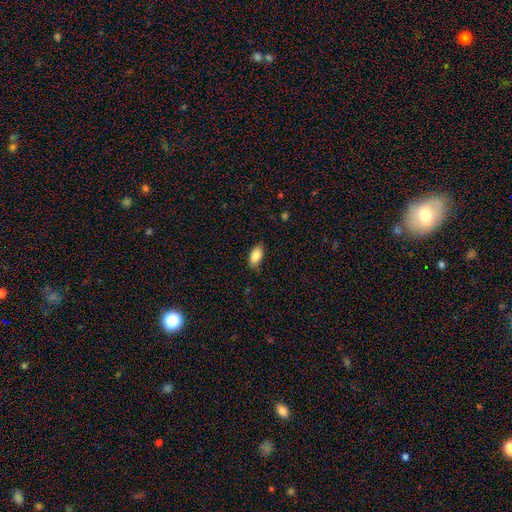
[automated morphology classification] smooth-or-featured: smooth: 86% | star or artifact: 7% | featured or disk: 7%
  how-rounded: in between: 93% | cigar-shaped: 4% | round: 4%
  merging: none: 79% | minor disturbance: 17% | major disturbance: 3% | merger: 1%